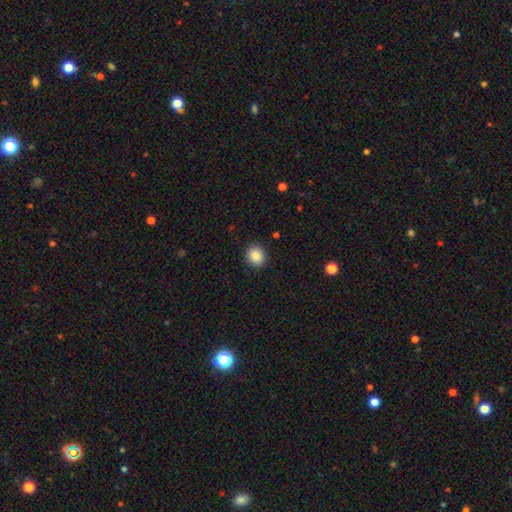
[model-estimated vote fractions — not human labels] Smooth or featured? Predicted: smooth (p=0.88). How rounded? Predicted: round (p=0.70). Merging? Predicted: none (p=0.90).